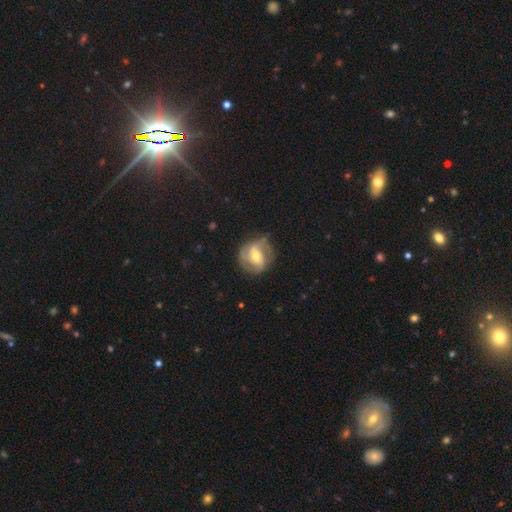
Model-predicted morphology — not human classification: This is likely a featured or disk galaxy (79%). It is clearly not viewed edge-on (97%). Bar: marginally weak (43%). Spiral arm pattern: clearly yes (91%). Spiral arm count: possibly 2 (59%). Spiral winding: possibly medium (46%). Central bulge: likely moderate (63%). Merging: likely none (72%).